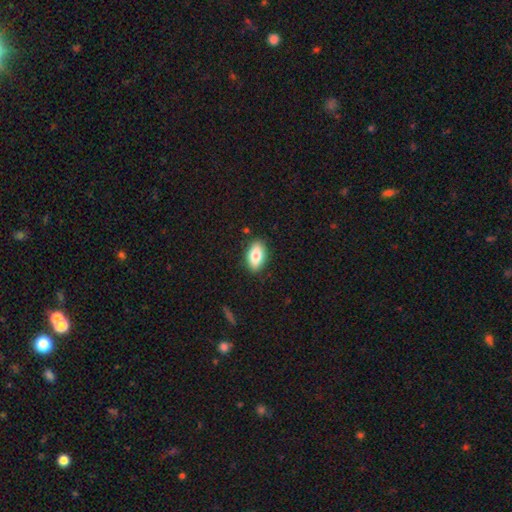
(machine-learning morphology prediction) Smooth or featured? Predicted: smooth (p=0.81). How rounded? Predicted: in between (p=0.91). Merging? Predicted: none (p=0.86).